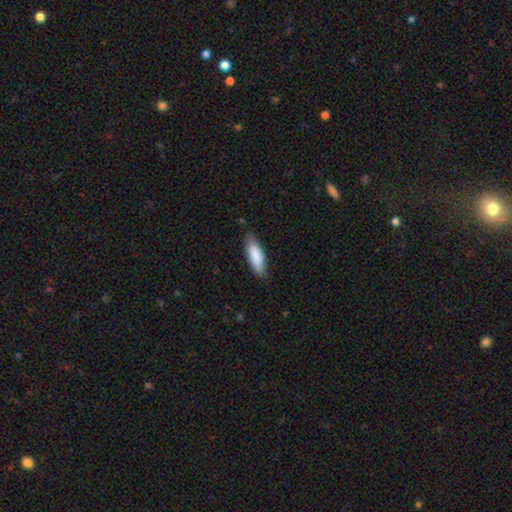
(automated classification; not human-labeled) Smooth or featured: smooth — 87% (featured or disk — 8%)
How rounded: in between — 57% (cigar-shaped — 42%)
Merging: none — 81% (minor disturbance — 15%)